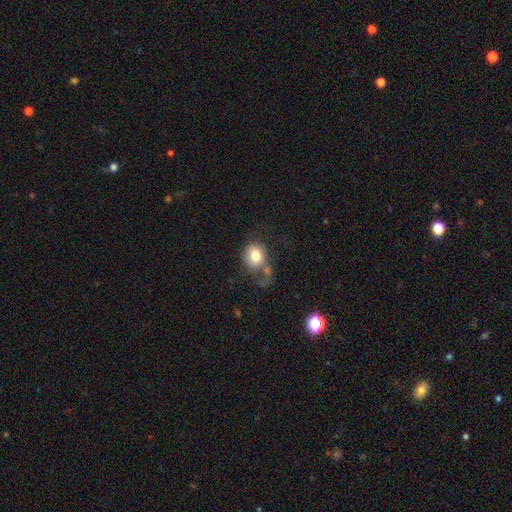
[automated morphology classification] smooth-or-featured: smooth: 77% | featured or disk: 14% | star or artifact: 8%
  how-rounded: round: 69% | in between: 30% | cigar-shaped: 1%
  merging: none: 32% | major disturbance: 27% | merger: 22% | minor disturbance: 19%